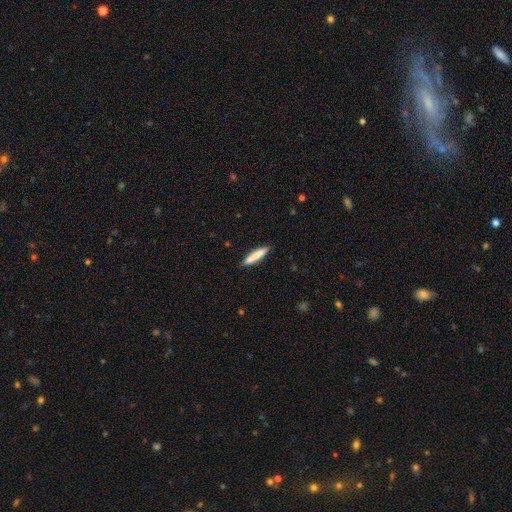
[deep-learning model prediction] This appears to be a smooth galaxy with no disk features (80%) that is cigar-shaped (90%). Merging: none (88%).